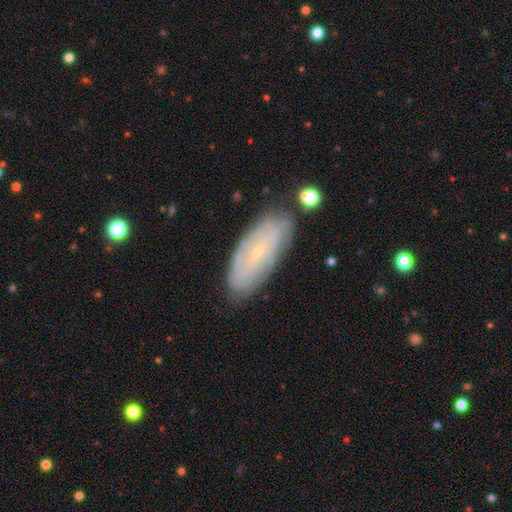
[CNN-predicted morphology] A featured or disk galaxy (58%). Merging: none (81%).